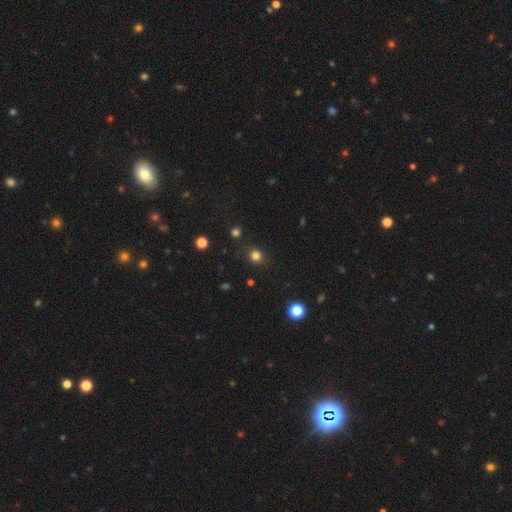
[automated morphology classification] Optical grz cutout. It shows a smooth galaxy with no disk features (80%) that is round (84%). Merging: none (85%).